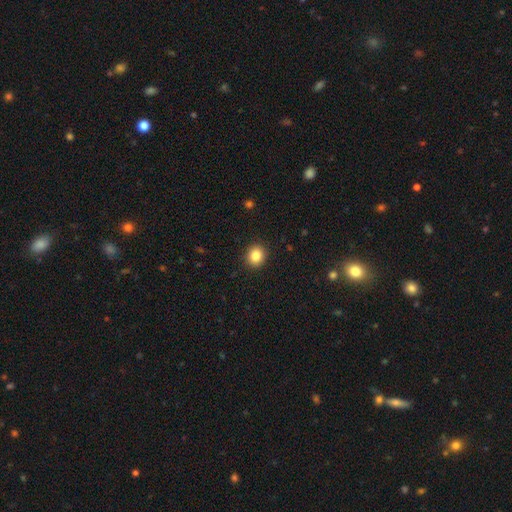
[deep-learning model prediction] This is clearly a smooth galaxy (85%). How rounded: likely round (74%). Merging: clearly none (91%).